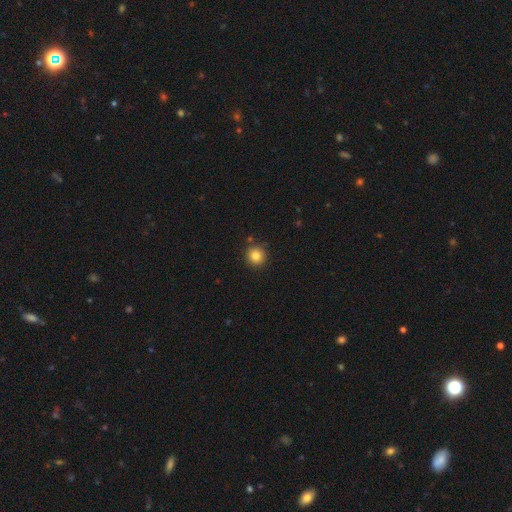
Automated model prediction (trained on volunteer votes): Q: Smooth or featured?
A: smooth (83%); runner-up: star or artifact (11%)
Q: How rounded?
A: round (94%); runner-up: in between (5%)
Q: Merging?
A: none (87%); runner-up: minor disturbance (7%)